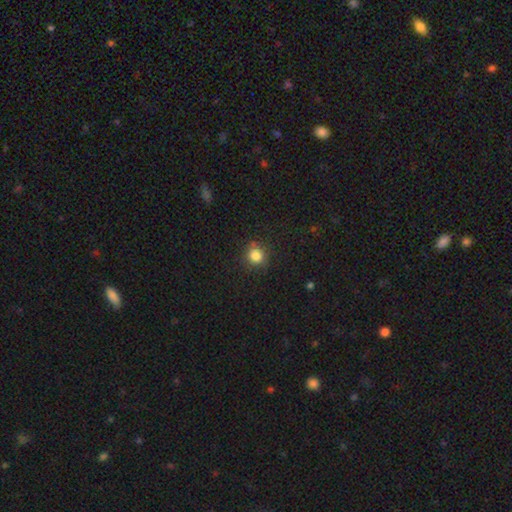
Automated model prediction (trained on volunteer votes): smooth 82%, star or artifact 13%, featured or disk 5%. Down the decision tree: how rounded — round (88%); merging — none (84%).